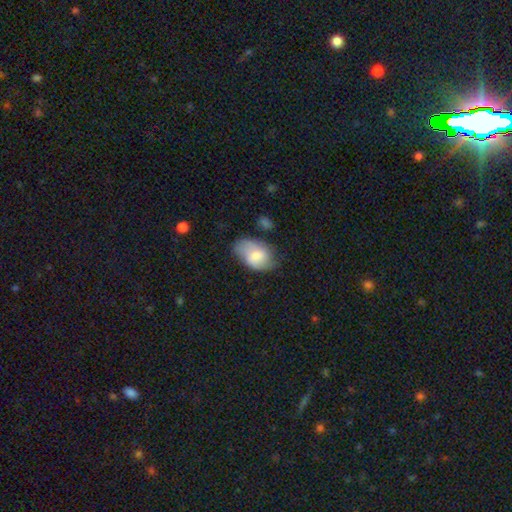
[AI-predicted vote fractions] Q: Smooth or featured?
A: smooth (68%); runner-up: featured or disk (25%)
Q: How rounded?
A: in between (88%); runner-up: round (11%)
Q: Merging?
A: none (53%); runner-up: minor disturbance (33%)